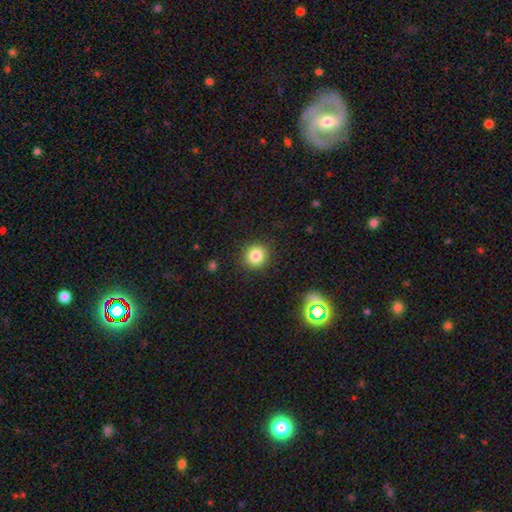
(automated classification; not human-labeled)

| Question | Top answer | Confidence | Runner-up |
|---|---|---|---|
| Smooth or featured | smooth | 83% | star or artifact (11%) |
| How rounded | round | 89% | in between (10%) |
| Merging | none | 89% | minor disturbance (7%) |